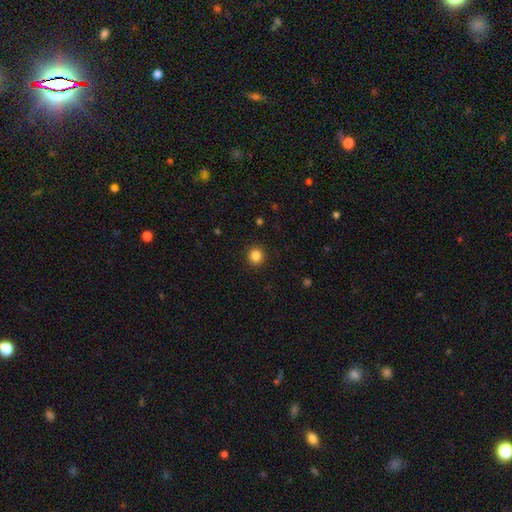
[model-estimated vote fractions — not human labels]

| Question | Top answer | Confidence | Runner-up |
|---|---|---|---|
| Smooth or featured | smooth | 85% | star or artifact (11%) |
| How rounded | round | 91% | in between (8%) |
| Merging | none | 92% | minor disturbance (5%) |